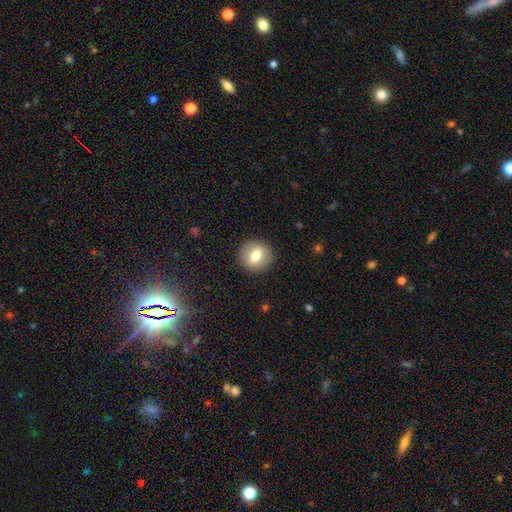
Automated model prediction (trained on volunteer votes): This is likely a smooth galaxy (68%). How rounded: clearly round (85%). Merging: clearly none (90%).